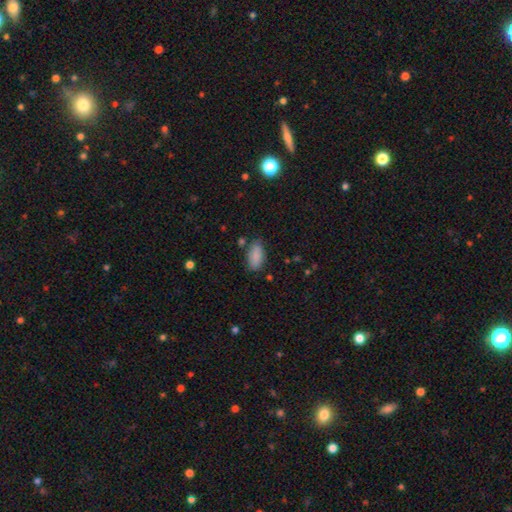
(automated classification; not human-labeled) Smooth or featured: smooth — 87% (star or artifact — 7%)
How rounded: in between — 91% (cigar-shaped — 6%)
Merging: none — 73% (minor disturbance — 19%)